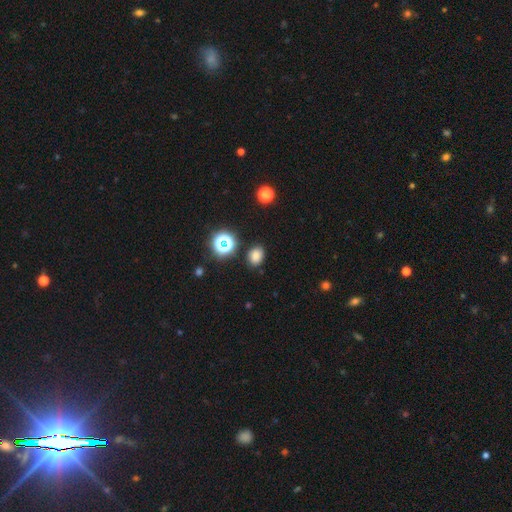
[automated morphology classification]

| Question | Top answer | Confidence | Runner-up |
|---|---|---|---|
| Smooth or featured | smooth | 77% | star or artifact (17%) |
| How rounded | in between | 58% | round (41%) |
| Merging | none | 84% | minor disturbance (10%) |